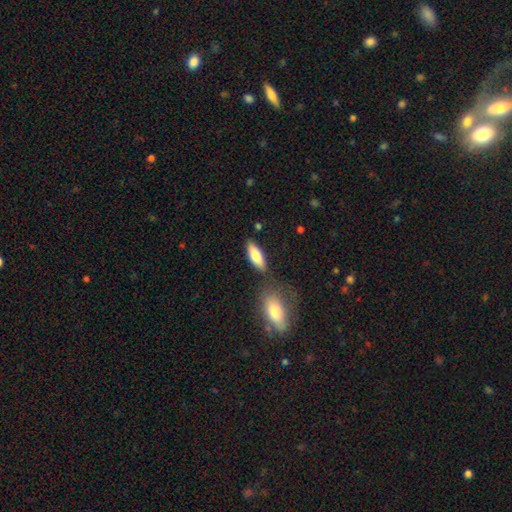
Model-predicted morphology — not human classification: Smooth or featured?
  - smooth: 79% *
  - featured or disk: 15%
  - star or artifact: 6%
How rounded?
  - in between: 70% *
  - cigar-shaped: 28%
  - round: 2%
Merging?
  - none: 75% *
  - minor disturbance: 13%
  - merger: 9%
  - major disturbance: 3%